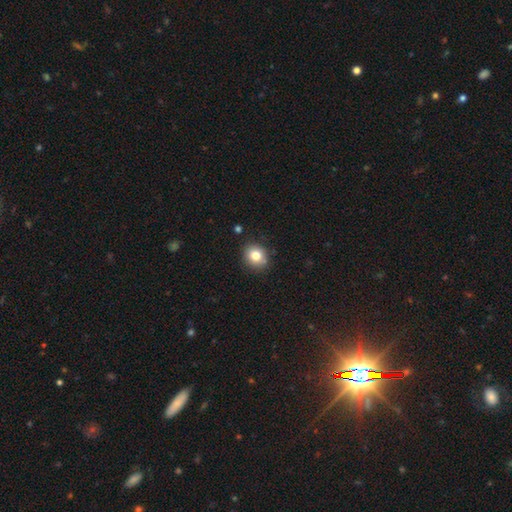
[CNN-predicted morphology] Smooth or featured: smooth — 79% (star or artifact — 11%)
How rounded: round — 78% (in between — 21%)
Merging: none — 85% (minor disturbance — 10%)